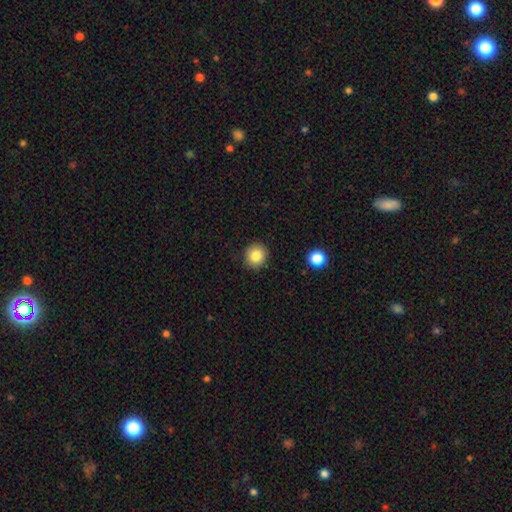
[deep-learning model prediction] Smooth or featured: smooth — 83% (star or artifact — 10%)
How rounded: round — 89% (in between — 10%)
Merging: none — 91% (minor disturbance — 6%)